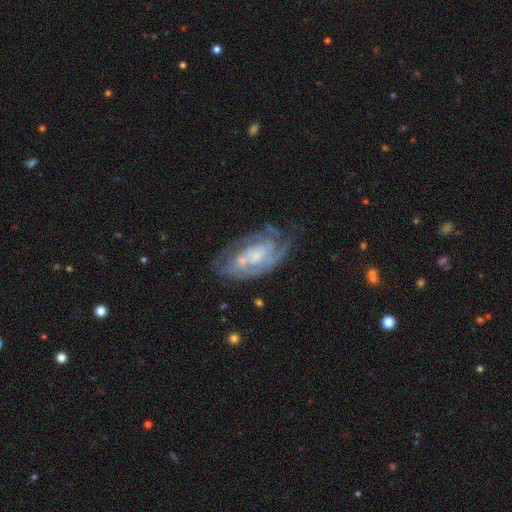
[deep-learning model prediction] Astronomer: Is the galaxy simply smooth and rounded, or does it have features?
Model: featured or disk — 82%.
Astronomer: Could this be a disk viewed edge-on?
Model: no — 95%.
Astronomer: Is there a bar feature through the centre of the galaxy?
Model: no — 59%.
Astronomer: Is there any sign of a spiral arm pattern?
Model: yes — 93%.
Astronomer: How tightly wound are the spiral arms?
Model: tight — 61%.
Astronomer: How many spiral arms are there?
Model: can't tell — 36% (runner-up: 2, 25%).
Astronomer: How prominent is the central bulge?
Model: small — 48% (runner-up: moderate, 28%).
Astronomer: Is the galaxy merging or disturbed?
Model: none — 61%.